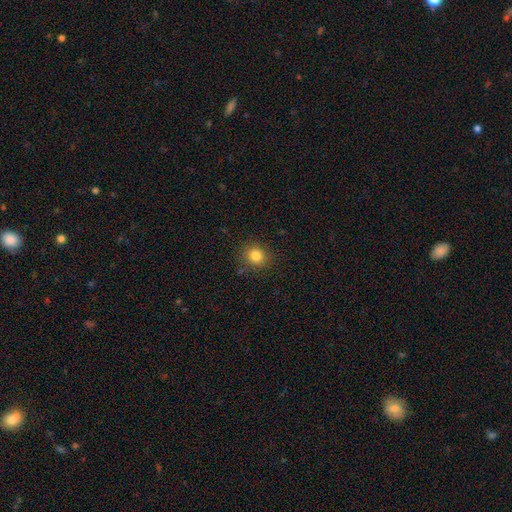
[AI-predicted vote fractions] Smooth or featured? Predicted: smooth (p=0.83). How rounded? Predicted: round (p=0.84). Merging? Predicted: none (p=0.86).